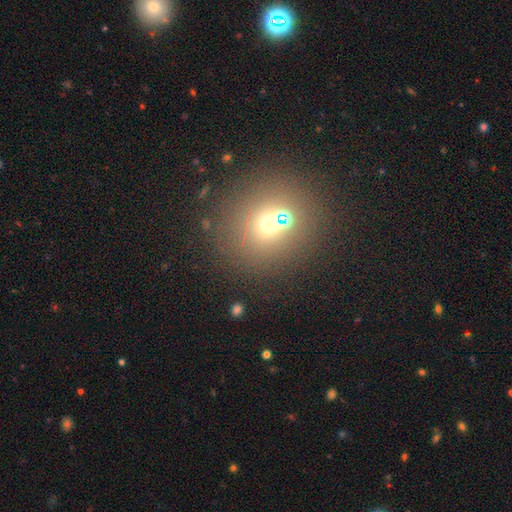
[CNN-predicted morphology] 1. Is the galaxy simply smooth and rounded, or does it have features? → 54% smooth, 28% star or artifact, 18% featured or disk.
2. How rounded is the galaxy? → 80% round, 19% in between, 1% cigar-shaped.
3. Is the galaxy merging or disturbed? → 47% none, 42% merger, 7% minor disturbance, 4% major disturbance.